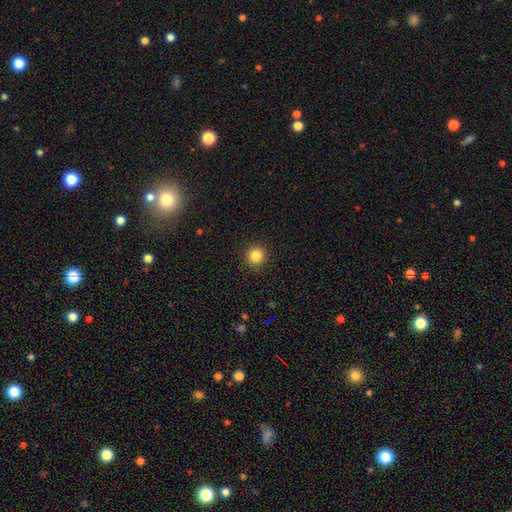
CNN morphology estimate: Overall: smooth (85%). How rounded: round (95%). Merging: none (92%).